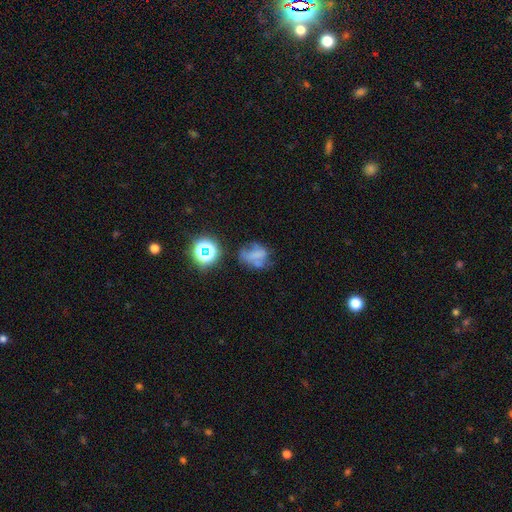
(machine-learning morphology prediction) Q: Smooth or featured?
A: smooth (42%); runner-up: featured or disk (34%)
Q: Merging?
A: none (38%); runner-up: major disturbance (28%)